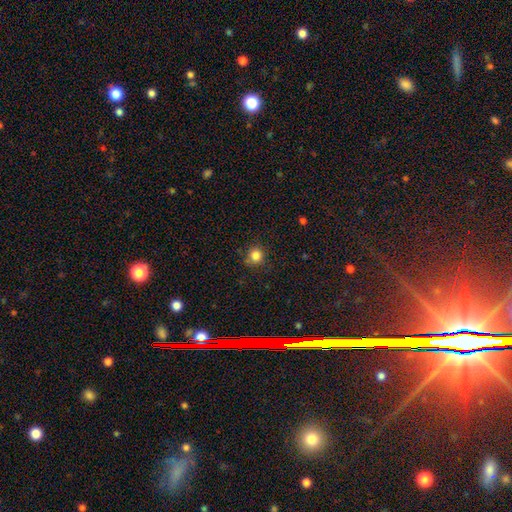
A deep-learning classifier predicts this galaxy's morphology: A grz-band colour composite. It shows a smooth galaxy with no disk features (83%) that is round (89%). Merging: none (82%).